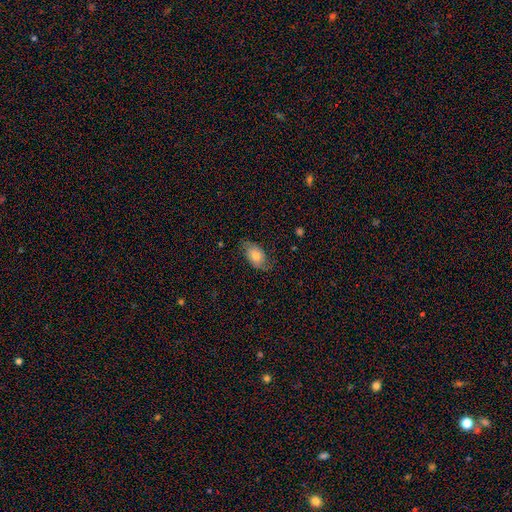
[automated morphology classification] The model was most divided on "smooth or featured": smooth: 58%, featured or disk: 34%, star or artifact: 8%. More confident: how rounded — in between (90%); merging — none (67%).